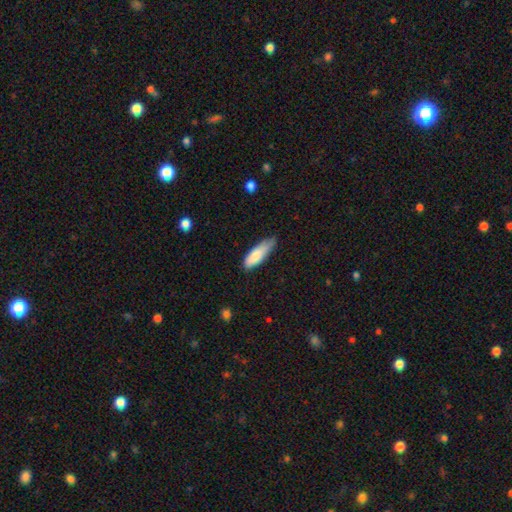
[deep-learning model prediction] Smooth or featured?
  - smooth: 83% *
  - featured or disk: 12%
  - star or artifact: 6%
How rounded?
  - in between: 54% *
  - cigar-shaped: 44%
  - round: 2%
Merging?
  - none: 54% *
  - minor disturbance: 38%
  - major disturbance: 6%
  - merger: 2%